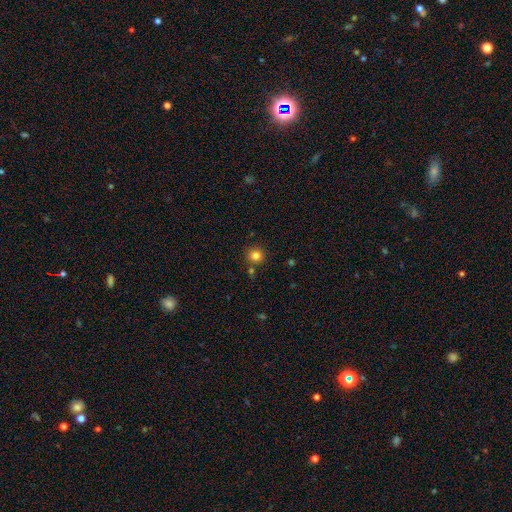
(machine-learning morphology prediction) A smooth galaxy with no disk features (82%) that is round (92%).

Vote fractions:
- Smooth or featured? smooth: 82% / star or artifact: 13% / featured or disk: 5%
- How rounded? round: 92% / in between: 7% / cigar-shaped: 1%
- Merging? none: 82% / minor disturbance: 8% / merger: 8% / major disturbance: 3%